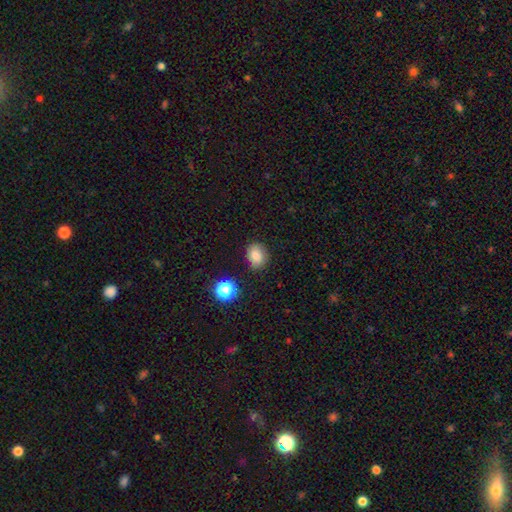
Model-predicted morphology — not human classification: Overall: smooth (80%). How rounded: in between (51%; round 48%). Merging: none (81%).